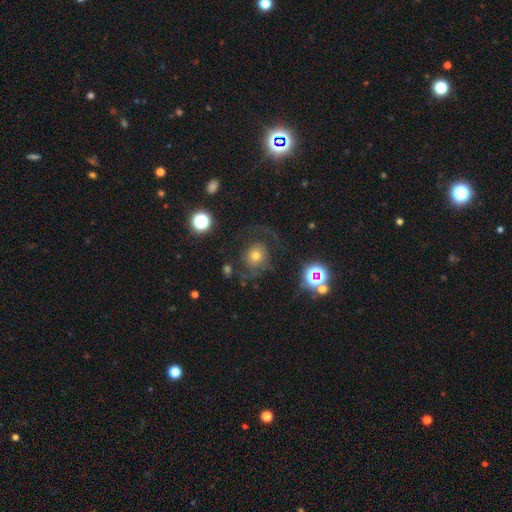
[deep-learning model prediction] Smooth or featured?
  - featured or disk: 43% *
  - smooth: 41%
  - star or artifact: 16%
Merging?
  - none: 49% *
  - major disturbance: 32%
  - minor disturbance: 16%
  - merger: 3%